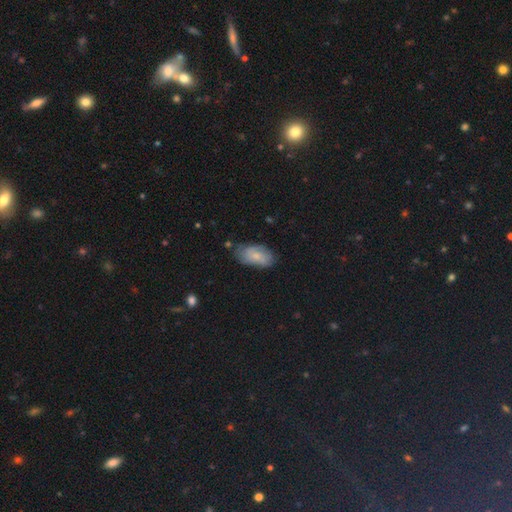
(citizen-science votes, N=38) Q: Smooth or featured?
A: smooth (55%); runner-up: featured or disk (37%)
Q: How rounded?
A: in between (95%); runner-up: cigar-shaped (5%)
Q: Merging?
A: none (54%); runner-up: minor disturbance (37%)